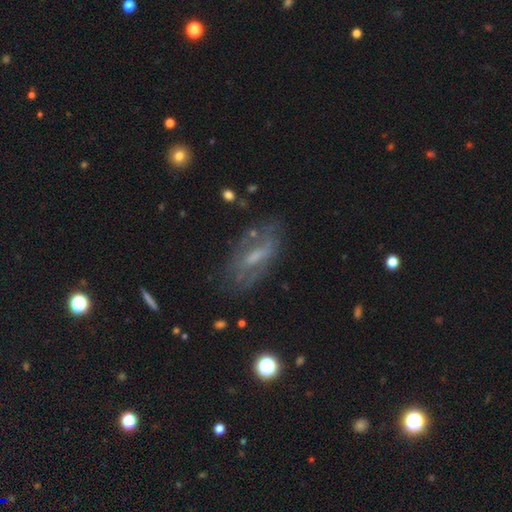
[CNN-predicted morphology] This appears to be a featured or disk galaxy (62%) with a weak bar (46%), spiral arms (53%) and a small central bulge (39%). Merging: none (63%).